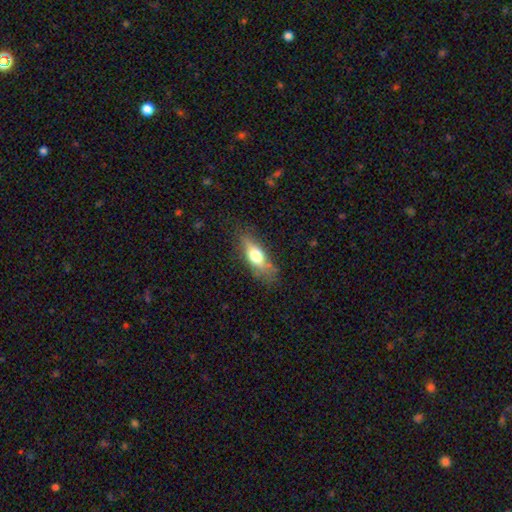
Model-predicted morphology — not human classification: smooth 60%, featured or disk 33%, star or artifact 7%. Down the decision tree: how rounded — in between (61%); merging — none (71%).